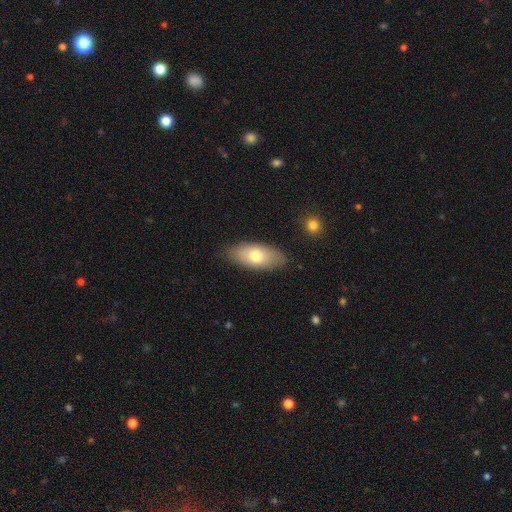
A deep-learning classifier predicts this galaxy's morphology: smooth-or-featured: smooth: 72% | featured or disk: 22% | star or artifact: 6%
  how-rounded: in between: 87% | cigar-shaped: 10% | round: 3%
  merging: none: 83% | minor disturbance: 12% | major disturbance: 3% | merger: 1%